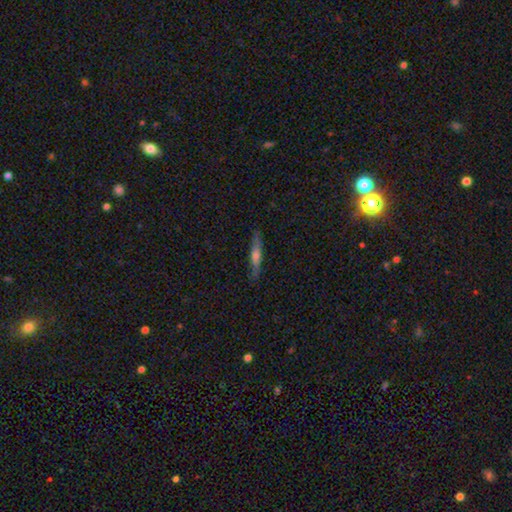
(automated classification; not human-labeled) This appears to be a featured or disk galaxy (54%) viewed edge-on (94%) with a rounded central bulge (77%). Merging: none (87%).